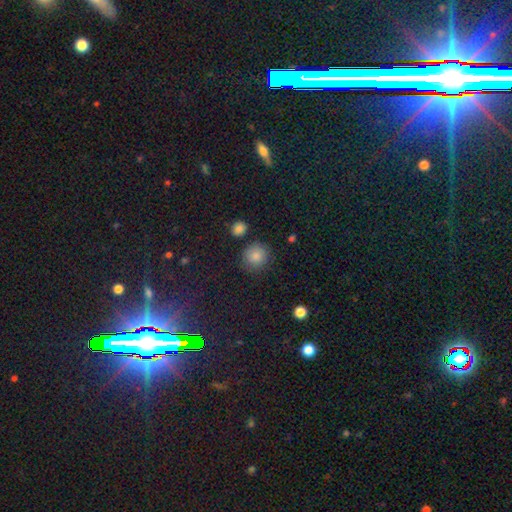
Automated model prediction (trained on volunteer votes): Smooth or featured: smooth — 79% (star or artifact — 15%)
How rounded: round — 92% (in between — 7%)
Merging: none — 85% (minor disturbance — 8%)